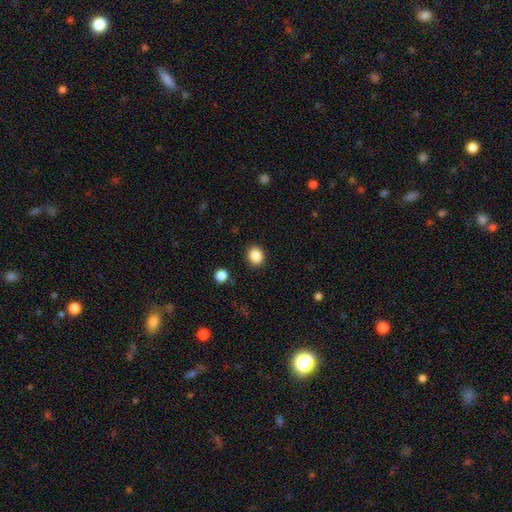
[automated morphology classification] Q: Smooth or featured?
A: smooth (87%); runner-up: star or artifact (10%)
Q: How rounded?
A: round (72%); runner-up: in between (27%)
Q: Merging?
A: none (90%); runner-up: minor disturbance (6%)